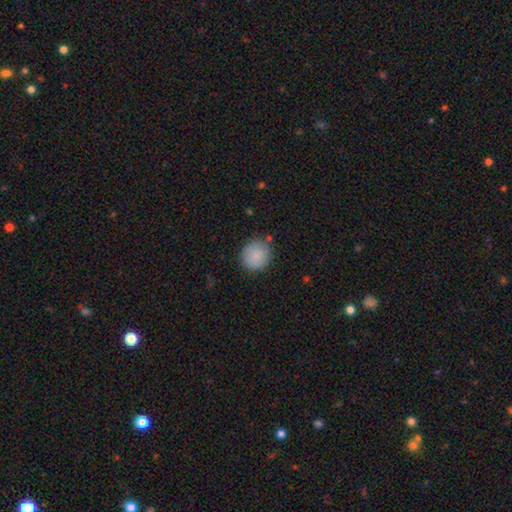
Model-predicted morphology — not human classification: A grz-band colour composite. It shows a smooth galaxy with no disk features (87%) that is round (88%). Merging: none (84%).